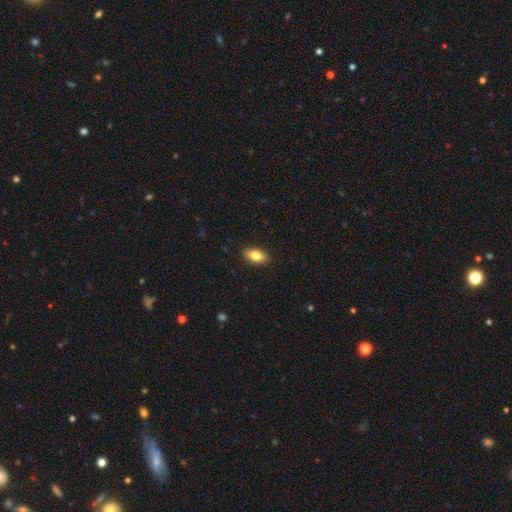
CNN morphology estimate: Smooth or featured? Predicted: smooth (p=0.81). How rounded? Predicted: in between (p=0.89). Merging? Predicted: none (p=0.88).